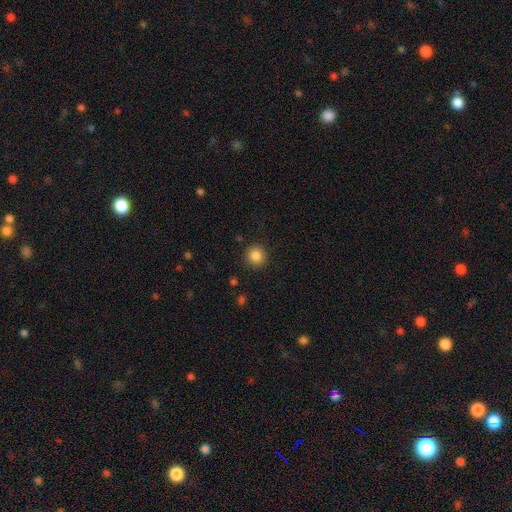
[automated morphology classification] Overall: smooth (85%). How rounded: round (93%). Merging: none (90%).